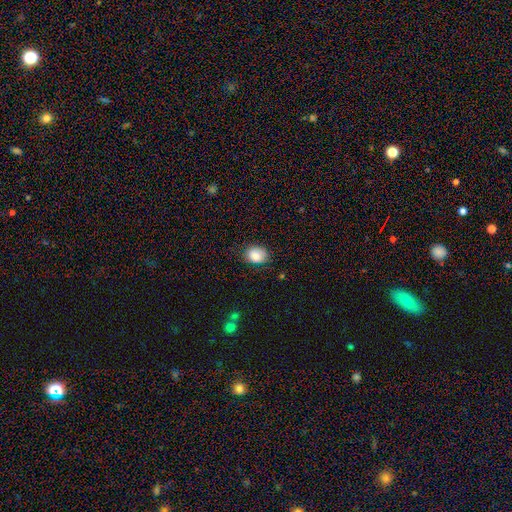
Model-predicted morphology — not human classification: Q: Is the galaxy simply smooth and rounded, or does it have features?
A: smooth — 85%.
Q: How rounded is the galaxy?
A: in between — 56%.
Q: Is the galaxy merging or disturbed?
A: none — 77%.